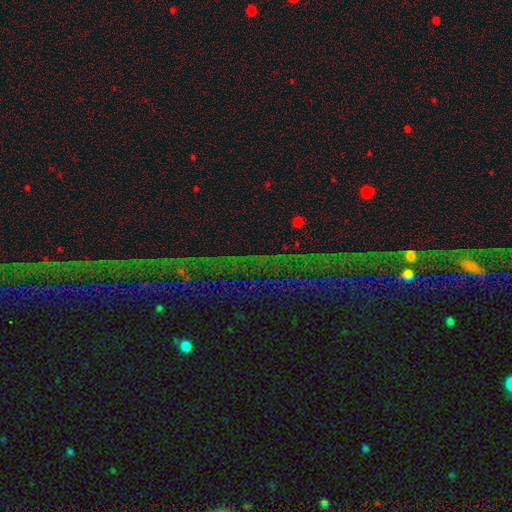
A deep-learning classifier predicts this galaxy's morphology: This is likely a star or artifact rather than a galaxy (79%).